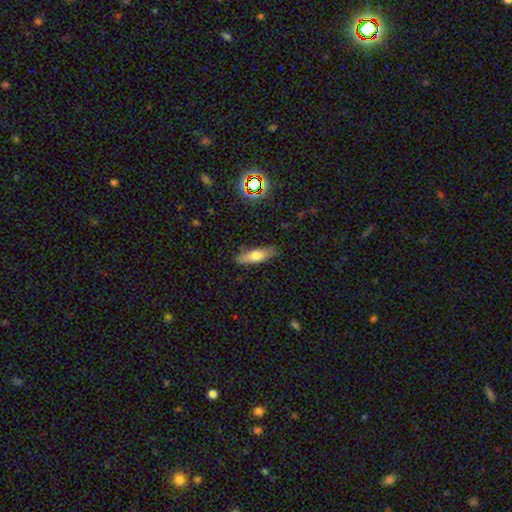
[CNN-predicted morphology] Overall: smooth (64%; featured or disk 27%). How rounded: cigar-shaped (56%; in between 41%). Merging: none (84%).